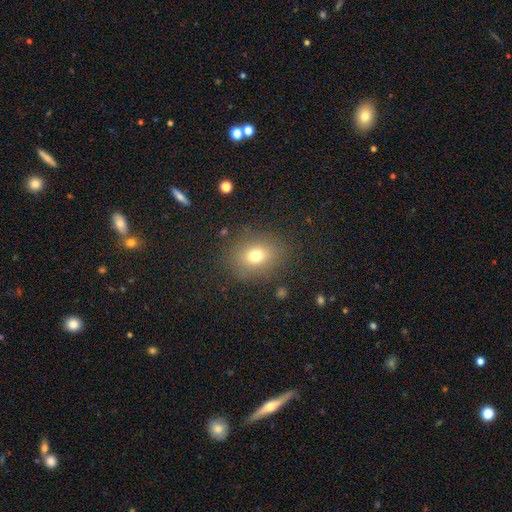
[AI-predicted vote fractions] A smooth galaxy with no disk features (73%) that is round (58%). Merging: none (84%).